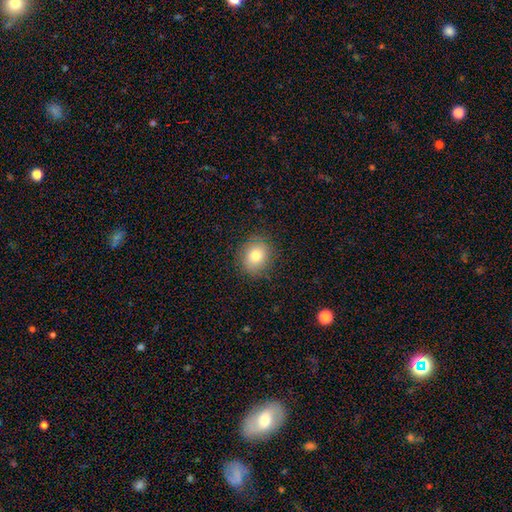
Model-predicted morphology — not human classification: This is likely a smooth galaxy (79%). How rounded: likely round (69%). Merging: clearly none (85%).